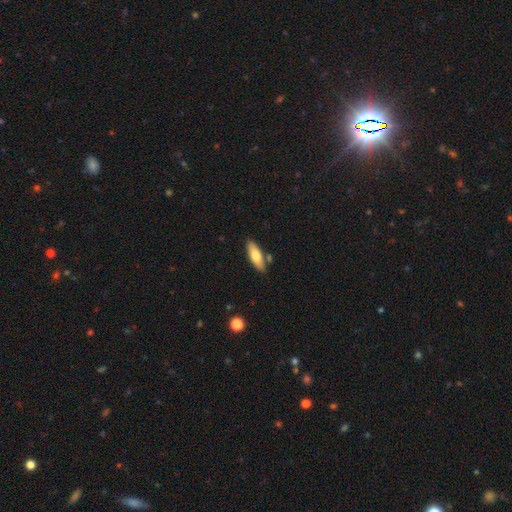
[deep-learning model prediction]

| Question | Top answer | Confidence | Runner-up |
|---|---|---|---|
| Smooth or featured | smooth | 71% | featured or disk (23%) |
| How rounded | in between | 60% | cigar-shaped (38%) |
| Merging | none | 80% | minor disturbance (12%) |